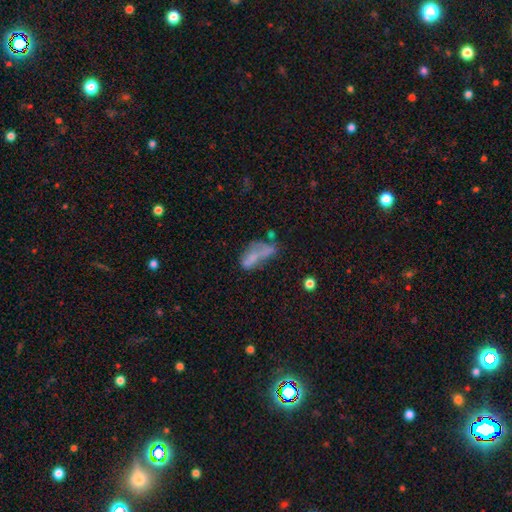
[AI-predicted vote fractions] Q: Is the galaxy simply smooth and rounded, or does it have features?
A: smooth — 46%.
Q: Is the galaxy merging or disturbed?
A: major disturbance — 29%.